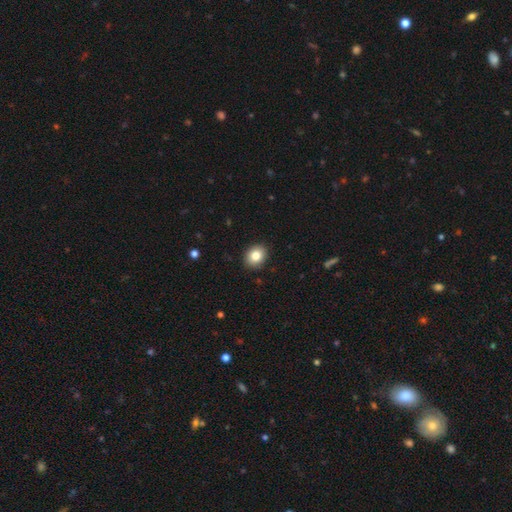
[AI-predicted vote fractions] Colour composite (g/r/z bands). It shows a smooth galaxy with no disk features (83%) that is round (58%). Merging: none (90%).